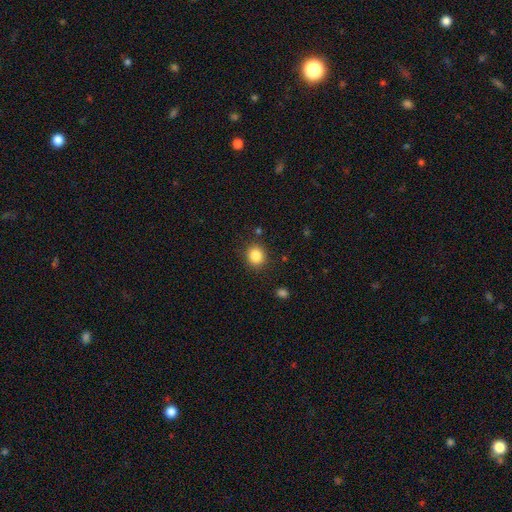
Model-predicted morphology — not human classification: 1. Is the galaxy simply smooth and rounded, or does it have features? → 84% smooth, 10% star or artifact, 6% featured or disk.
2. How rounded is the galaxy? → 82% round, 17% in between, 1% cigar-shaped.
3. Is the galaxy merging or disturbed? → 89% none, 7% minor disturbance, 2% major disturbance, 2% merger.